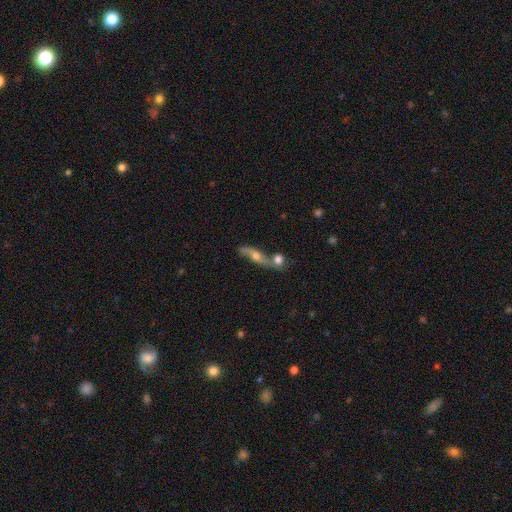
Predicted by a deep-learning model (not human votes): featured or disk 54%, smooth 37%, star or artifact 9%. Down the decision tree: edge-on disk — no (54%); merging — merger (42%).